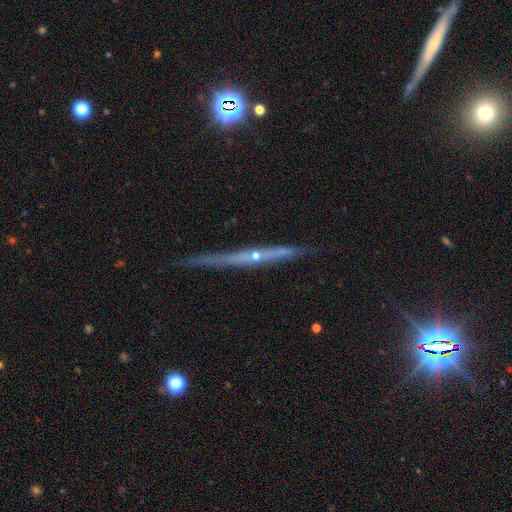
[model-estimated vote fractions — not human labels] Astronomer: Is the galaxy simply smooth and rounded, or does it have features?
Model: featured or disk — 71%.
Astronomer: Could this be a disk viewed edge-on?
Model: yes — 96%.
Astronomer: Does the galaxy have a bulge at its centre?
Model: rounded — 59% (runner-up: none, 37%).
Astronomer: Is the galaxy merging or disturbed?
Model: none — 80%.